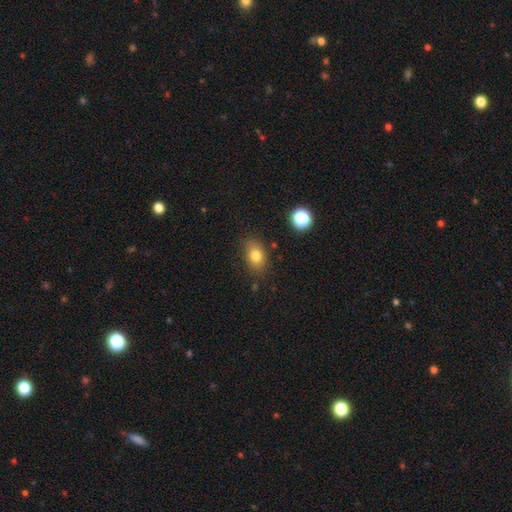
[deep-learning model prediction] smooth-or-featured: smooth: 79% | star or artifact: 11% | featured or disk: 10%
  how-rounded: in between: 78% | round: 20% | cigar-shaped: 2%
  merging: none: 79% | minor disturbance: 15% | major disturbance: 4% | merger: 2%